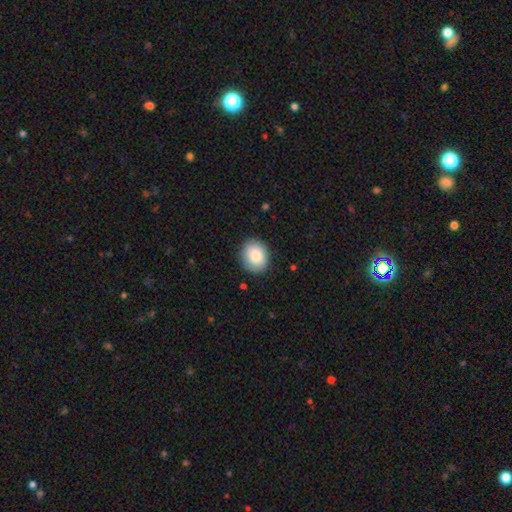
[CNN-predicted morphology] Smooth or featured?
  - smooth: 83% *
  - featured or disk: 11%
  - star or artifact: 7%
How rounded?
  - round: 57% *
  - in between: 42%
  - cigar-shaped: 1%
Merging?
  - none: 86% *
  - minor disturbance: 11%
  - major disturbance: 2%
  - merger: 1%